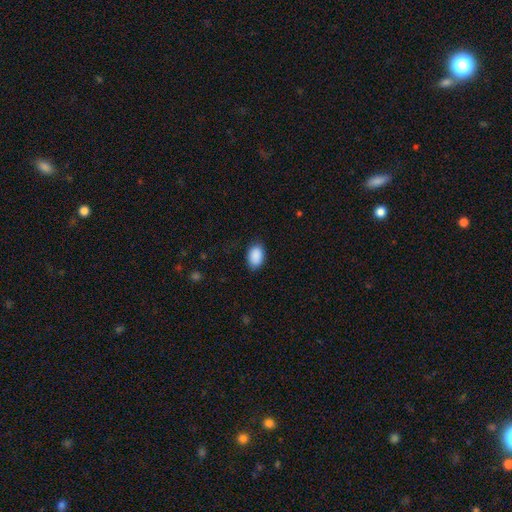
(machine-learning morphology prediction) Smooth or featured? smooth (90%)
How rounded? in between (88%)
Merging? none (83%)